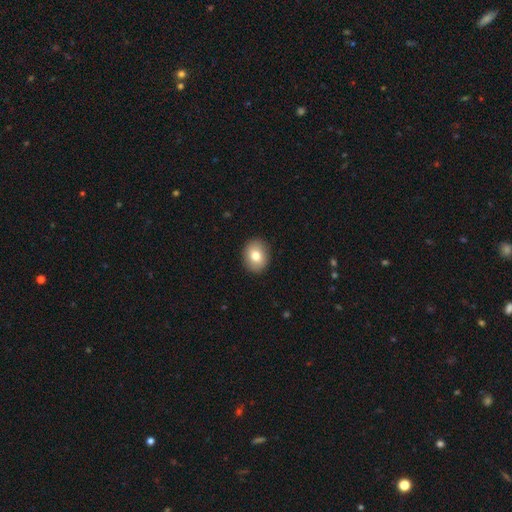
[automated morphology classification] Overall: smooth (78%). How rounded: round (50%; in between 49%). Merging: none (91%).